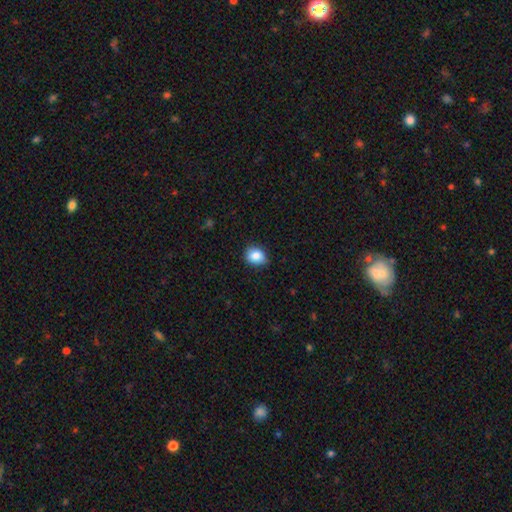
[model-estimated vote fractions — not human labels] Smooth or featured: smooth — 86% (star or artifact — 9%)
How rounded: round — 52% (in between — 47%)
Merging: none — 78% (minor disturbance — 18%)